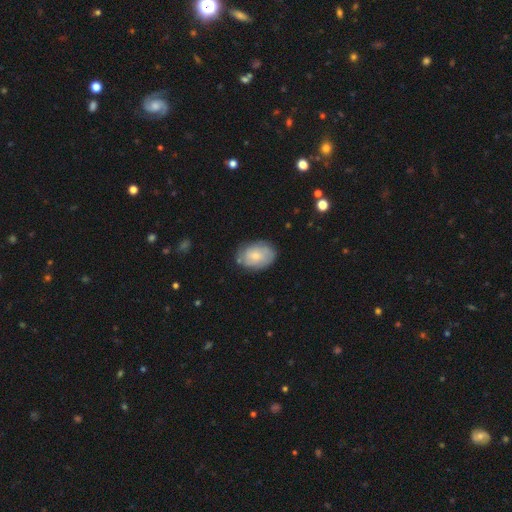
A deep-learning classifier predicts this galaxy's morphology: type=smooth (58%); roundness=in between (77%); merging=none (72%).